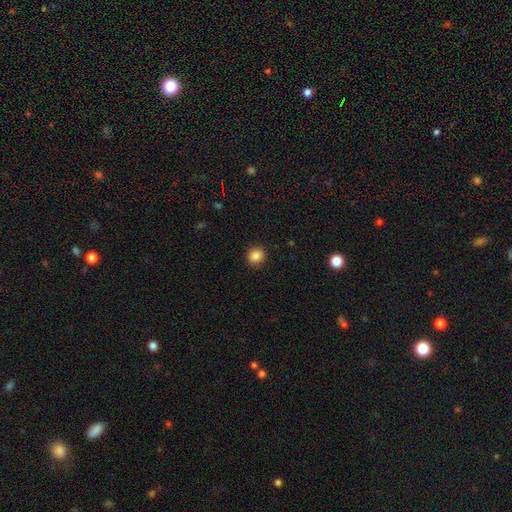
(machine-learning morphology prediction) Smooth or featured: smooth — 86% (star or artifact — 10%)
How rounded: round — 82% (in between — 17%)
Merging: none — 91% (minor disturbance — 6%)